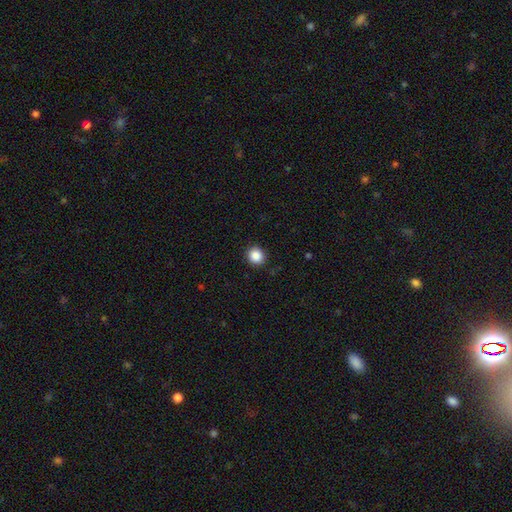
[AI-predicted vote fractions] smooth_or_featured: smooth (p=0.88) [alt: star or artifact p=0.09]
how_rounded: round (p=0.86) [alt: in between p=0.13]
merging: none (p=0.91) [alt: minor disturbance p=0.06]